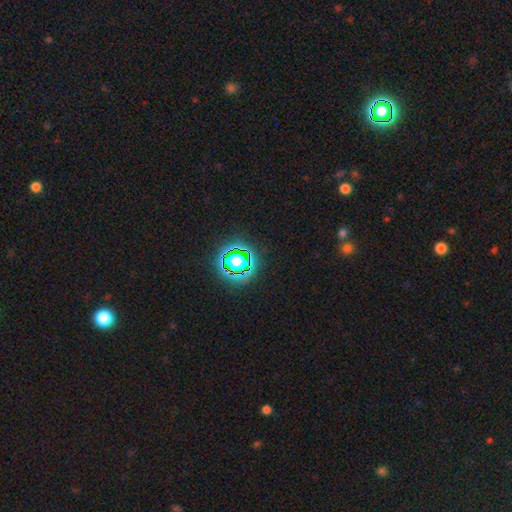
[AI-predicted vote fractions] Smooth or featured?
  - star or artifact: 77% *
  - smooth: 16%
  - featured or disk: 7%